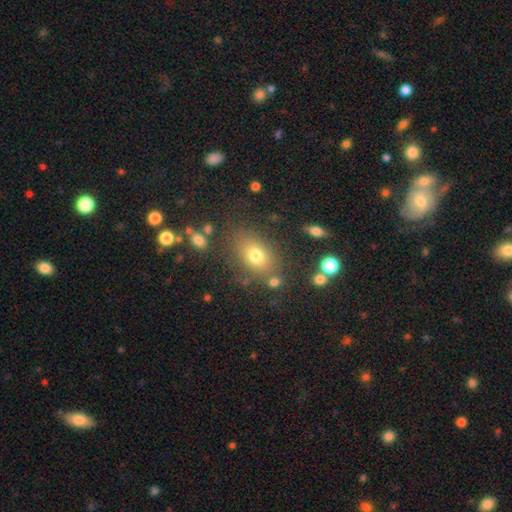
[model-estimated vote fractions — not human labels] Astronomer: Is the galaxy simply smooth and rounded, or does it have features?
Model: smooth — 74%.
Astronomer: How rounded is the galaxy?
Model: in between — 74%.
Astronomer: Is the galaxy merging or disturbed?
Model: none — 76%.